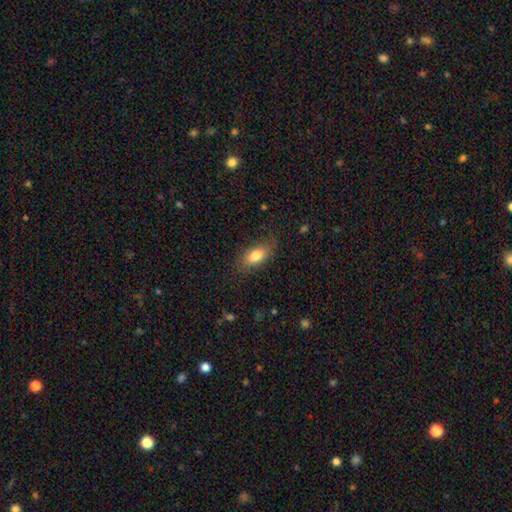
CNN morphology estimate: Smooth or featured? smooth (78%)
How rounded? in between (88%)
Merging? none (74%)